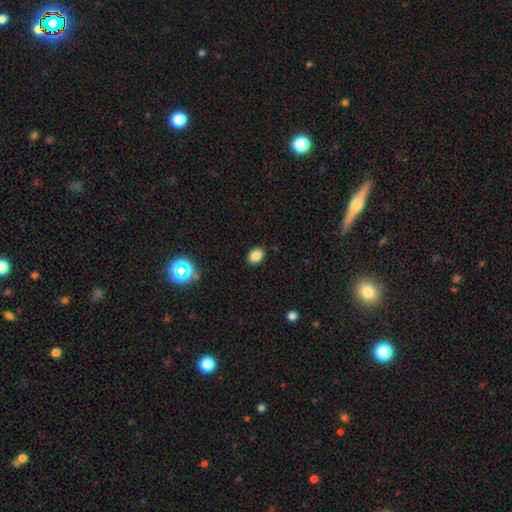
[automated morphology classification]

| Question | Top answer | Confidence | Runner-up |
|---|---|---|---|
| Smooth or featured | smooth | 84% | star or artifact (12%) |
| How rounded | in between | 65% | round (34%) |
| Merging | none | 89% | minor disturbance (8%) |